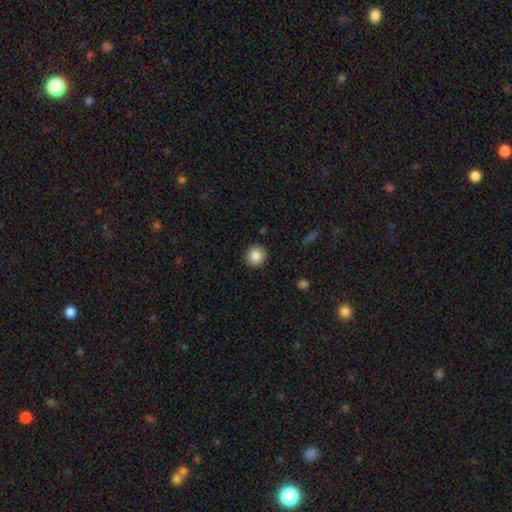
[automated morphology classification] This is clearly a smooth galaxy (87%). How rounded: clearly round (92%). Merging: clearly none (91%).